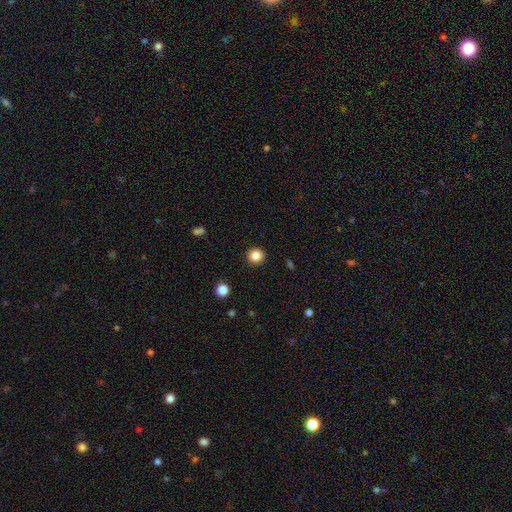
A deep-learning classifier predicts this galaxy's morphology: type=smooth (85%); roundness=round (92%); merging=none (92%).